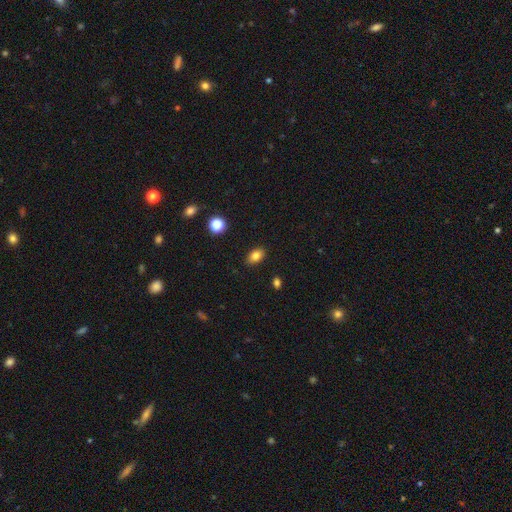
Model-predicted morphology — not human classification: smooth_or_featured: smooth (p=0.81) [alt: star or artifact p=0.10]
how_rounded: in between (p=0.86) [alt: round p=0.12]
merging: none (p=0.88) [alt: minor disturbance p=0.09]